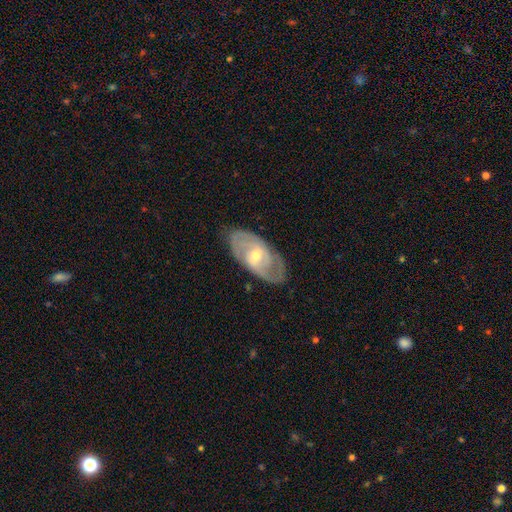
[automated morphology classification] Overall: featured or disk (80%). Edge-on disk: no (92%). Bar: weak (45%; no 40%). Spiral arms: yes (90%). Spiral arm count: 2 (55%; can't tell 25%). Spiral winding: tight (52%; medium 38%). Bulge size: moderate (50%; small 47%). Merging: none (79%).